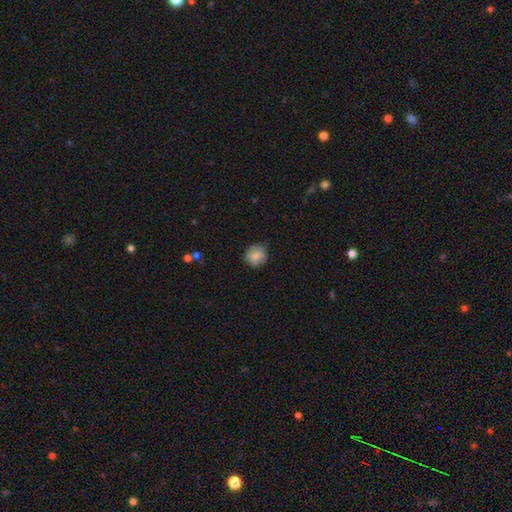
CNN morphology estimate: Smooth or featured? smooth (73%)
How rounded? round (86%)
Merging? none (71%)